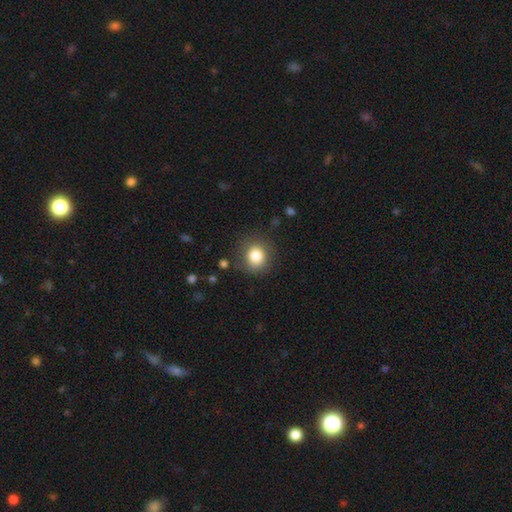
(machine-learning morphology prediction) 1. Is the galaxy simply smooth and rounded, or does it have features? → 83% smooth, 10% star or artifact, 7% featured or disk.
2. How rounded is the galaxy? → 83% round, 16% in between, 1% cigar-shaped.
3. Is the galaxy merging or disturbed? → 81% none, 13% minor disturbance, 5% major disturbance, 2% merger.